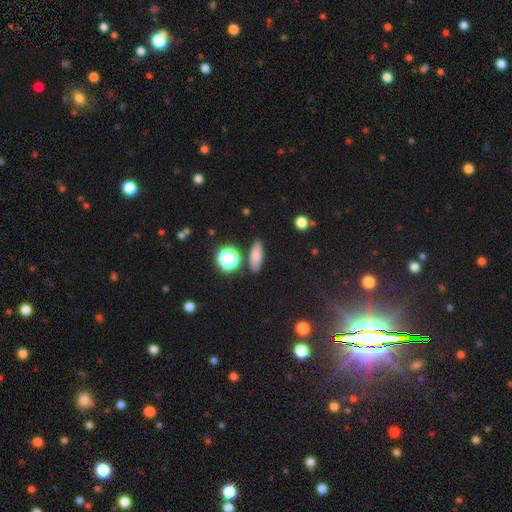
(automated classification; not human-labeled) smooth-or-featured: smooth: 78% | star or artifact: 14% | featured or disk: 9%
  how-rounded: in between: 58% | cigar-shaped: 31% | round: 11%
  merging: none: 84% | minor disturbance: 9% | merger: 4% | major disturbance: 3%